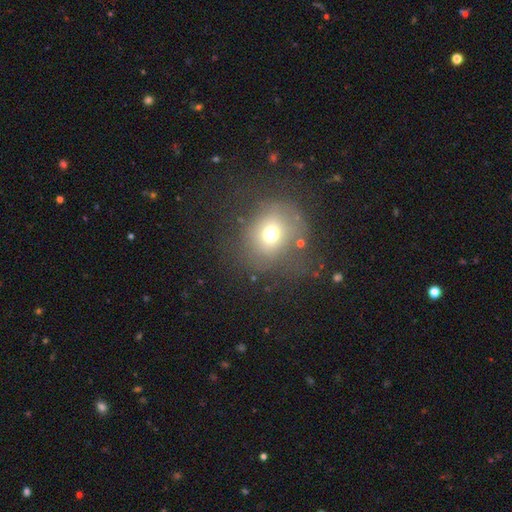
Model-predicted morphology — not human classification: The model was most divided on "smooth or featured": smooth: 54%, star or artifact: 30%, featured or disk: 16%. More confident: how rounded — round (79%); merging — none (75%).